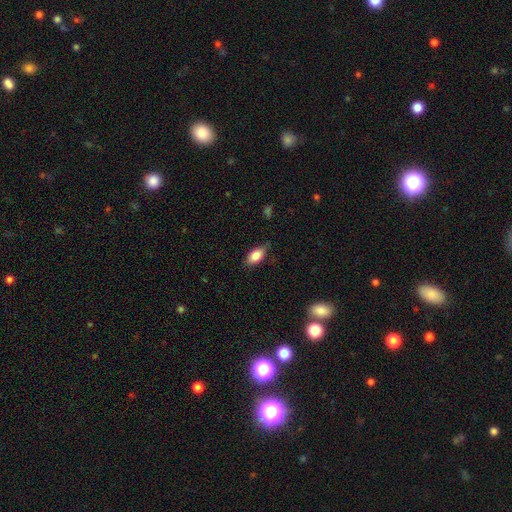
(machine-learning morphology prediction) The model was most divided on "merging": none: 76%, minor disturbance: 19%, major disturbance: 3%, merger: 1%. More confident: how rounded — in between (90%); smooth or featured — smooth (83%).